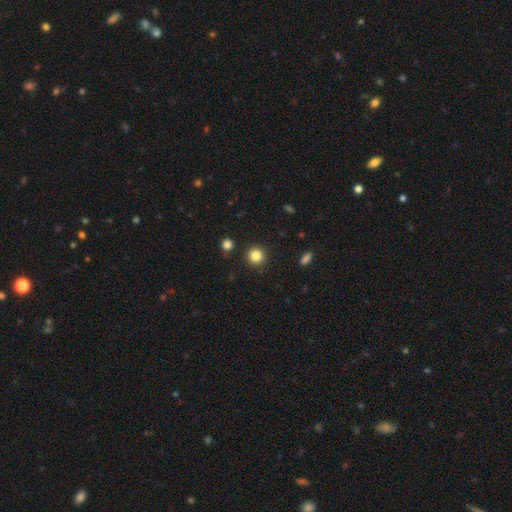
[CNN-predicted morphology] A smooth galaxy with no disk features (84%) that is round (94%). Merging: none (91%).